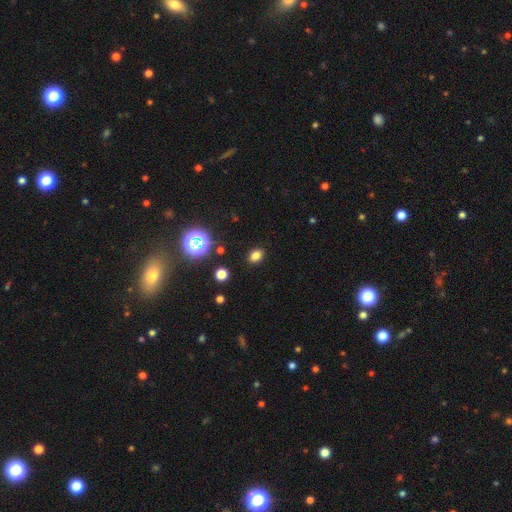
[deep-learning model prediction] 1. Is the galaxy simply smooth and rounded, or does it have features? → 78% smooth, 17% star or artifact, 5% featured or disk.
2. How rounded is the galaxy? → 55% in between, 43% round, 1% cigar-shaped.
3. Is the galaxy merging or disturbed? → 89% none, 7% minor disturbance, 2% major disturbance, 1% merger.